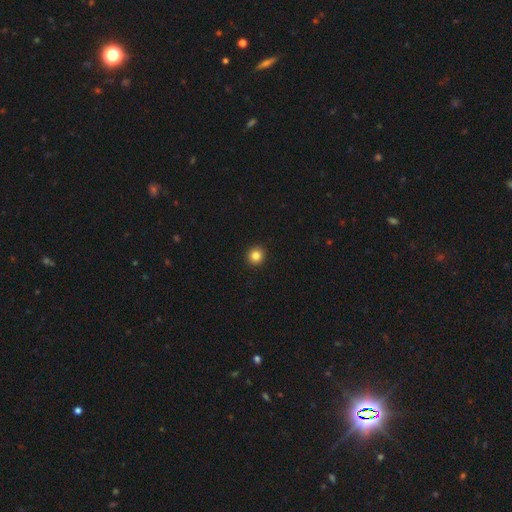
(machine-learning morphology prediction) Smooth or featured?
  - smooth: 85% *
  - star or artifact: 11%
  - featured or disk: 4%
How rounded?
  - round: 93% *
  - in between: 6%
  - cigar-shaped: 1%
Merging?
  - none: 93% *
  - minor disturbance: 4%
  - major disturbance: 1%
  - merger: 1%